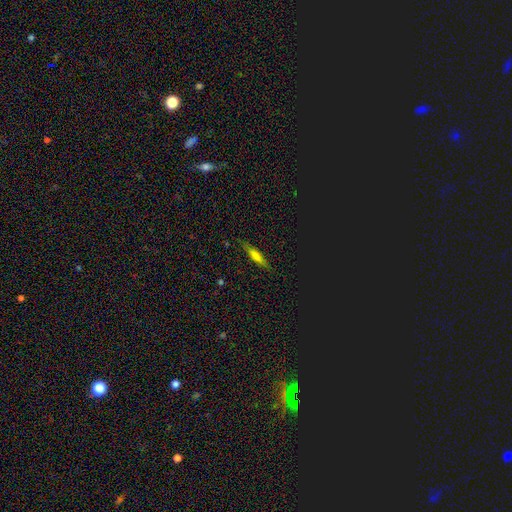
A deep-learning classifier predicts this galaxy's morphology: Smooth or featured: smooth — 58% (featured or disk — 26%)
How rounded: cigar-shaped — 71% (in between — 26%)
Merging: none — 82% (minor disturbance — 13%)